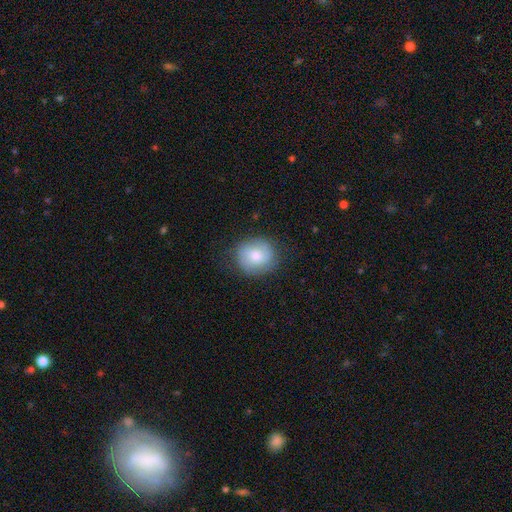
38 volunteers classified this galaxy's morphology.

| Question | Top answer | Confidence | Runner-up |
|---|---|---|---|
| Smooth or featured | smooth | 58% | featured or disk (32%) |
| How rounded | round | 86% | in between (14%) |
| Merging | none | 79% | minor disturbance (15%) |